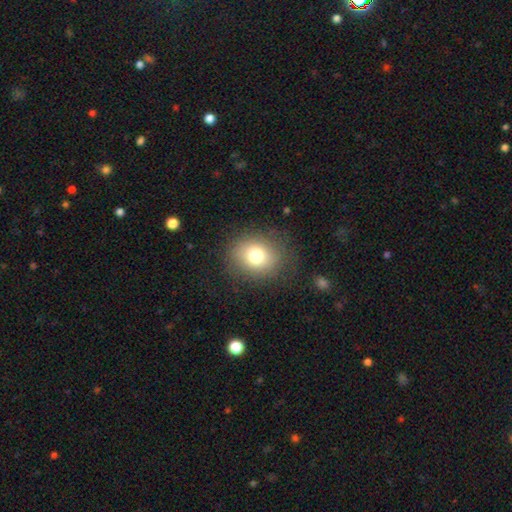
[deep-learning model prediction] Smooth or featured: smooth — 76% (star or artifact — 12%)
How rounded: round — 72% (in between — 27%)
Merging: none — 83% (minor disturbance — 11%)